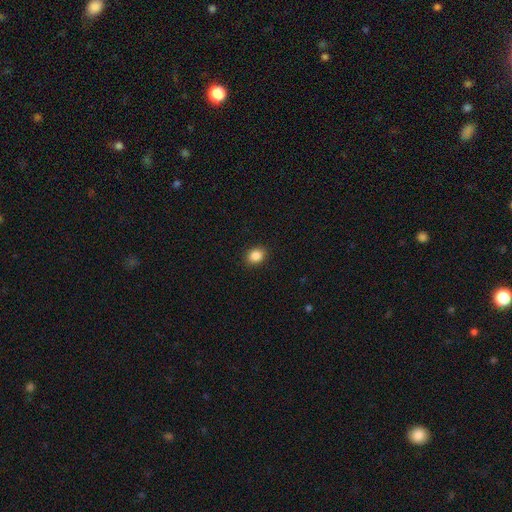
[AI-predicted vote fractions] smooth-or-featured: smooth: 87% | star or artifact: 9% | featured or disk: 4%
  how-rounded: in between: 53% | round: 46% | cigar-shaped: 1%
  merging: none: 90% | minor disturbance: 7% | major disturbance: 2% | merger: 1%